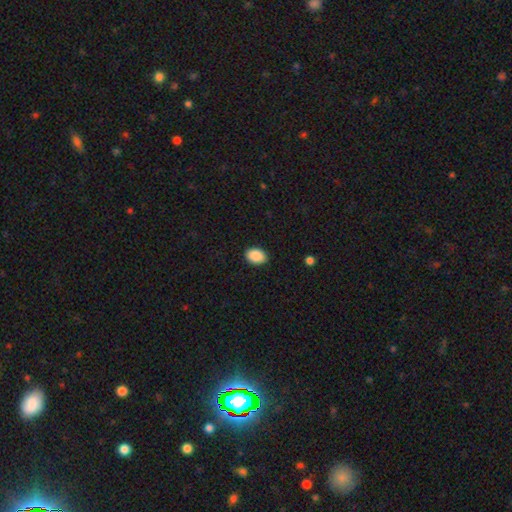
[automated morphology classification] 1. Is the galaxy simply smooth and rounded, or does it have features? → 90% smooth, 7% star or artifact, 3% featured or disk.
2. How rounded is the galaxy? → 80% in between, 19% round, 1% cigar-shaped.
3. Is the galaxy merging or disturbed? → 89% none, 8% minor disturbance, 2% major disturbance, 1% merger.